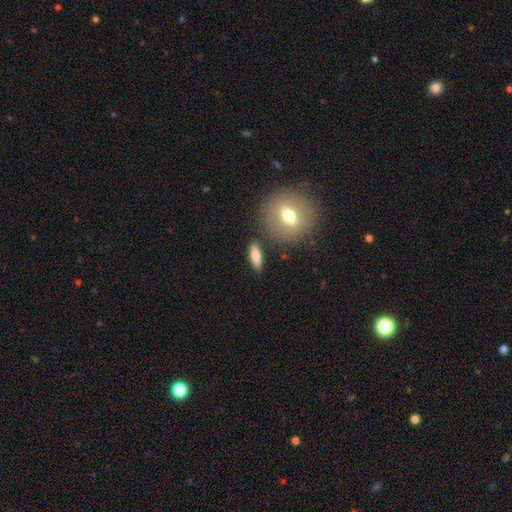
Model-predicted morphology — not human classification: smooth-or-featured: smooth: 69% | featured or disk: 24% | star or artifact: 7%
  how-rounded: in between: 48% | cigar-shaped: 46% | round: 6%
  merging: none: 81% | minor disturbance: 11% | merger: 5% | major disturbance: 3%